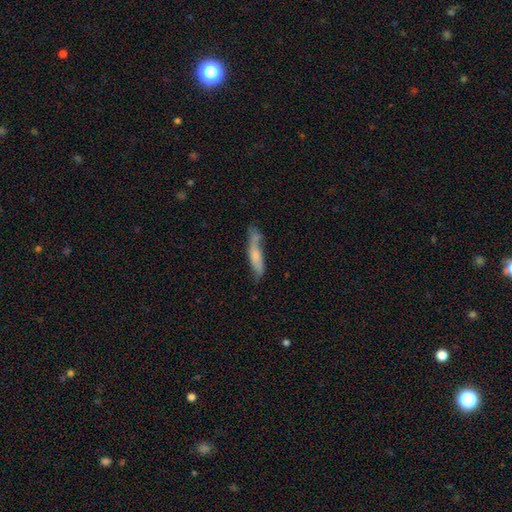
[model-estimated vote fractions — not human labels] smooth_or_featured: smooth (p=0.57) [alt: featured or disk p=0.37]
how_rounded: cigar-shaped (p=0.83) [alt: in between p=0.16]
merging: none (p=0.57) [alt: minor disturbance p=0.27]